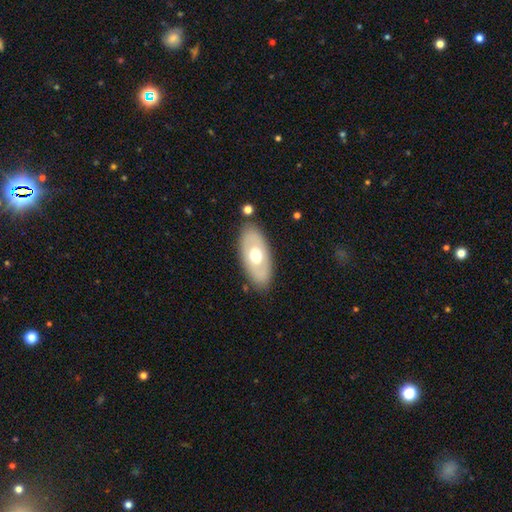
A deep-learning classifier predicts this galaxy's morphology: Q: Smooth or featured?
A: smooth (52%); runner-up: featured or disk (42%)
Q: How rounded?
A: in between (91%); runner-up: round (5%)
Q: Merging?
A: none (82%); runner-up: minor disturbance (12%)